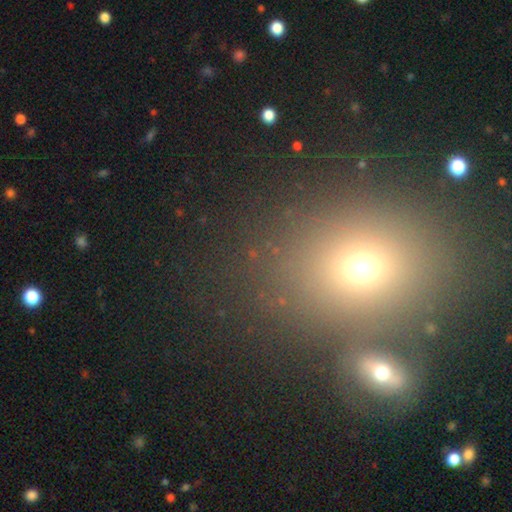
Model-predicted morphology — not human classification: Smooth or featured? Predicted: smooth (p=0.56). How rounded? Predicted: round (p=0.64). Merging? Predicted: none (p=0.73).